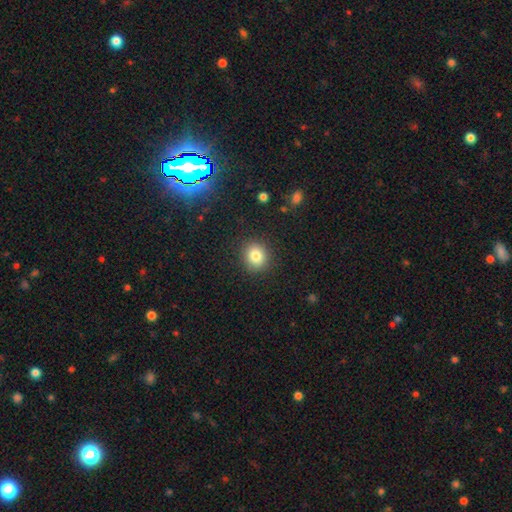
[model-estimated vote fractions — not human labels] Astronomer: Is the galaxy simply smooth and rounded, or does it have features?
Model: smooth — 82%.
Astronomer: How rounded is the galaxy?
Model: round — 84%.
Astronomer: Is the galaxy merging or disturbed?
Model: none — 89%.